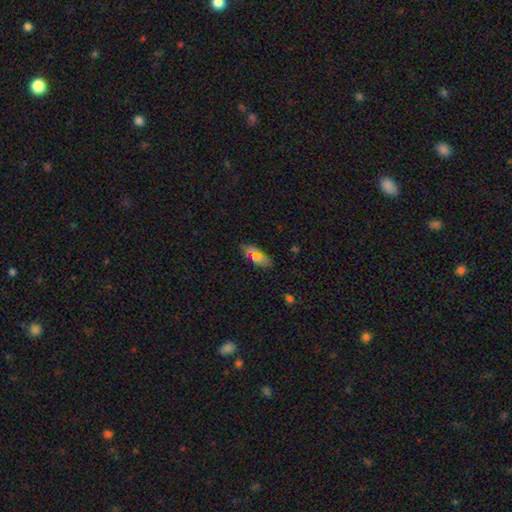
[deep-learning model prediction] smooth 67%, star or artifact 21%, featured or disk 11%. Down the decision tree: how rounded — in between (82%); merging — none (83%).